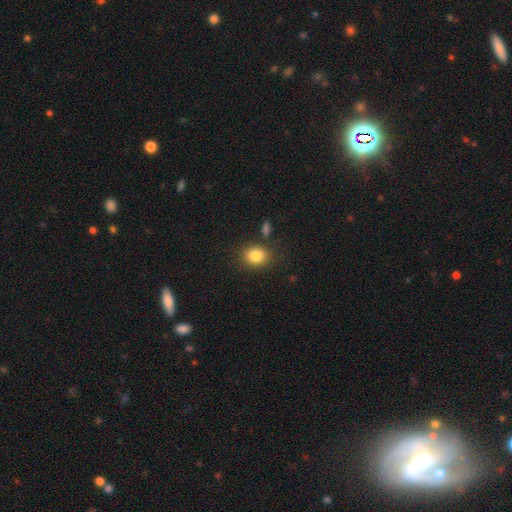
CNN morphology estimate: Smooth or featured?
  - smooth: 84% *
  - star or artifact: 10%
  - featured or disk: 7%
How rounded?
  - round: 65% *
  - in between: 34%
  - cigar-shaped: 1%
Merging?
  - none: 82% *
  - minor disturbance: 9%
  - merger: 5%
  - major disturbance: 3%